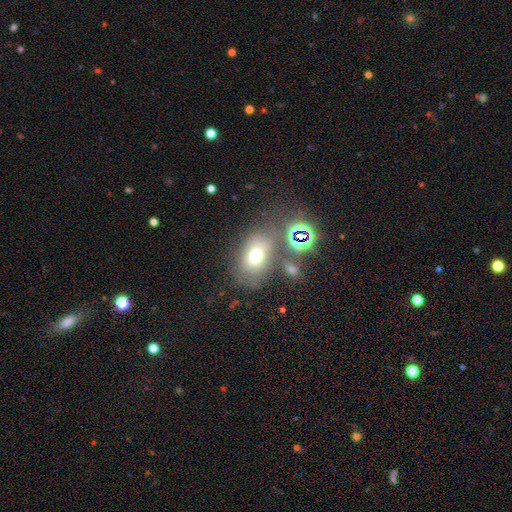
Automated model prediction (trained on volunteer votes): This appears to be a smooth galaxy with no disk features (64%) that is in between round and cigar-shaped (73%). Merging: none (60%).